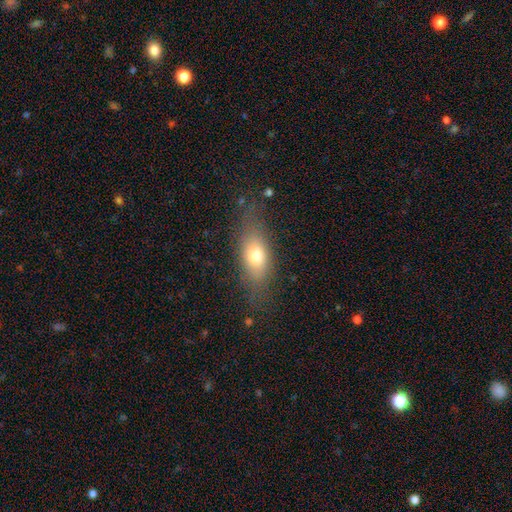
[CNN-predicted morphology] Smooth or featured?
  - smooth: 70% *
  - featured or disk: 21%
  - star or artifact: 9%
How rounded?
  - in between: 74% *
  - cigar-shaped: 18%
  - round: 8%
Merging?
  - none: 72% *
  - minor disturbance: 18%
  - major disturbance: 8%
  - merger: 2%